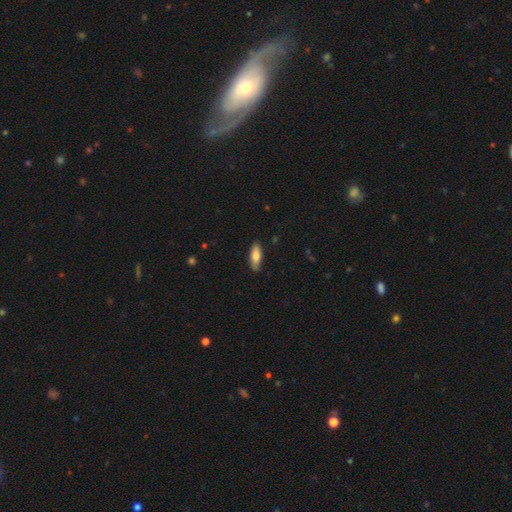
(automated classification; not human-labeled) A smooth galaxy with no disk features (74%) that is in between round and cigar-shaped (58%).

Vote fractions:
- Smooth or featured? smooth: 74% / featured or disk: 20% / star or artifact: 6%
- How rounded? in between: 58% / cigar-shaped: 40% / round: 2%
- Merging? none: 87% / minor disturbance: 10% / major disturbance: 2% / merger: 1%